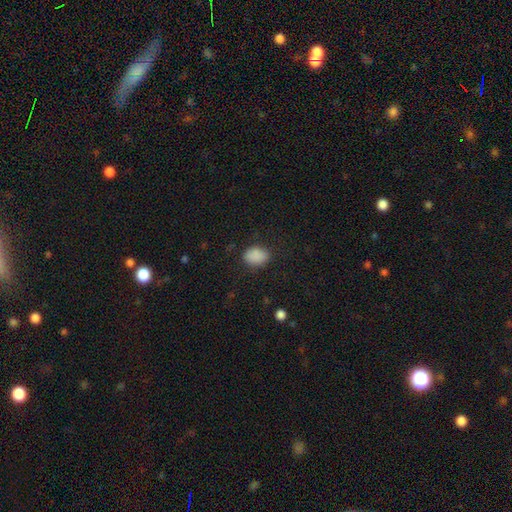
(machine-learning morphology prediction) smooth_or_featured: smooth (p=0.87) [alt: star or artifact p=0.09]
how_rounded: in between (p=0.76) [alt: round p=0.23]
merging: none (p=0.80) [alt: minor disturbance p=0.14]